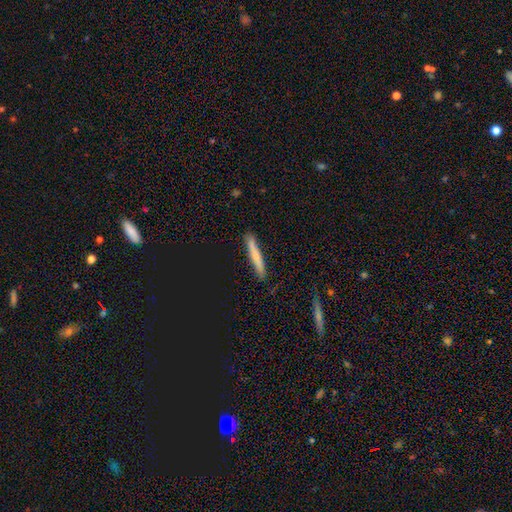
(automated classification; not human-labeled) A smooth galaxy with no disk features (66%) that is cigar-shaped (94%).

Vote fractions:
- Smooth or featured? smooth: 66% / featured or disk: 27% / star or artifact: 7%
- How rounded? cigar-shaped: 94% / in between: 5% / round: 1%
- Merging? none: 87% / minor disturbance: 10% / major disturbance: 2% / merger: 1%